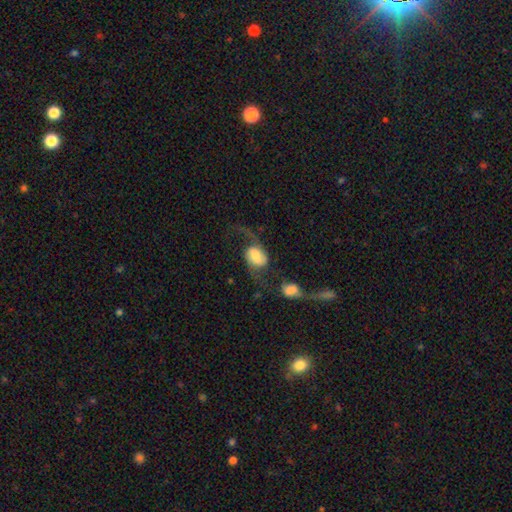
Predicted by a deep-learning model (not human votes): A featured or disk galaxy (62%) with a weak bar (46%), 2 (78%) loose (76%) spiral arms (89%) and a moderate central bulge (34%, tied with large).

Vote fractions:
- Smooth or featured? featured or disk: 62% / smooth: 31% / star or artifact: 7%
- Edge-on disk? no: 96% / yes: 4%
- Bar? weak: 46% / no: 35% / strong: 19%
- Spiral arms? yes: 89% / no: 11%
- Spiral winding? loose: 76% / medium: 19% / tight: 5%
- Spiral arm count? 2: 78% / 1: 16% / can't tell: 3% / 3: 1% / 4: 1% / more than 4: 1%
- Bulge size? moderate: 34% (tied) / large: 34% (tied) / small: 15% / dominant: 10% / none: 8%
- Merging? merger: 33% / none: 27% / major disturbance: 27% / minor disturbance: 13%